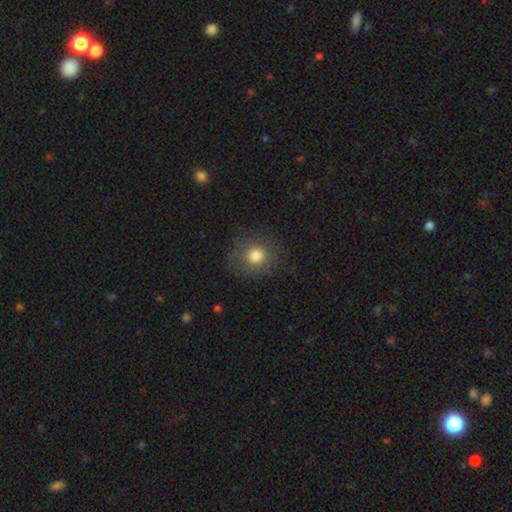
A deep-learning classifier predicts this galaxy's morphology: A smooth galaxy with no disk features (80%) that is round (81%).

Vote fractions:
- Smooth or featured? smooth: 80% / star or artifact: 12% / featured or disk: 8%
- How rounded? round: 81% / in between: 18% / cigar-shaped: 1%
- Merging? none: 83% / minor disturbance: 11% / major disturbance: 5% / merger: 1%